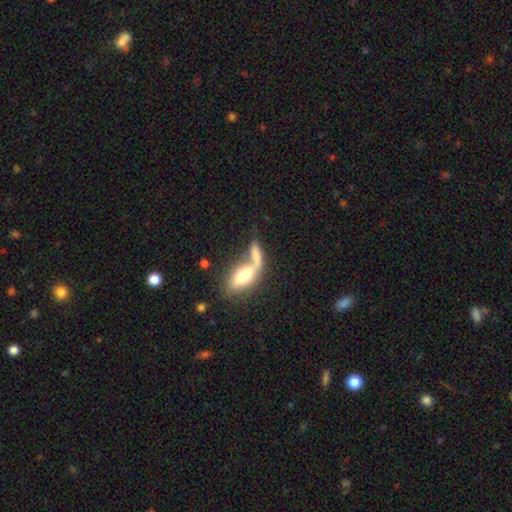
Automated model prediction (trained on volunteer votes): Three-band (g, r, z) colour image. It shows a smooth galaxy with no disk features (67%) that is in between round and cigar-shaped (61%). Merging: merger (57%).